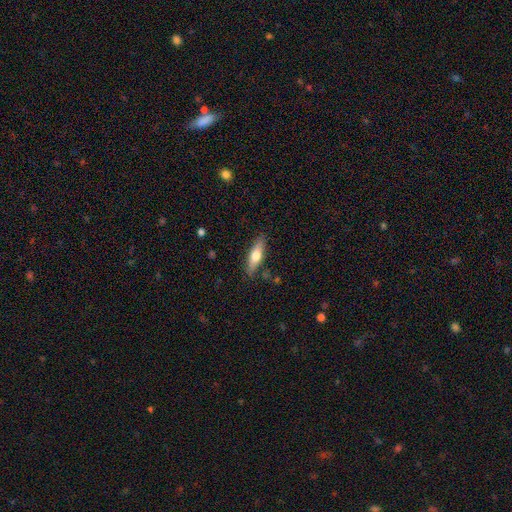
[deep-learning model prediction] Q: Smooth or featured?
A: smooth (58%); runner-up: featured or disk (36%)
Q: How rounded?
A: cigar-shaped (59%); runner-up: in between (38%)
Q: Merging?
A: none (84%); runner-up: minor disturbance (12%)